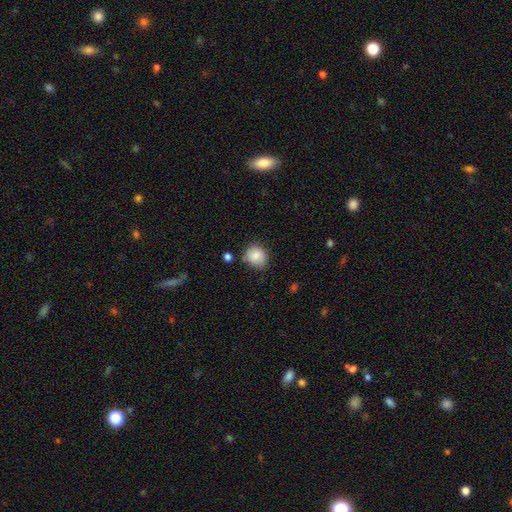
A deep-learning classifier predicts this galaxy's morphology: A smooth galaxy with no disk features (85%) that is round (75%). Merging: none (73%).